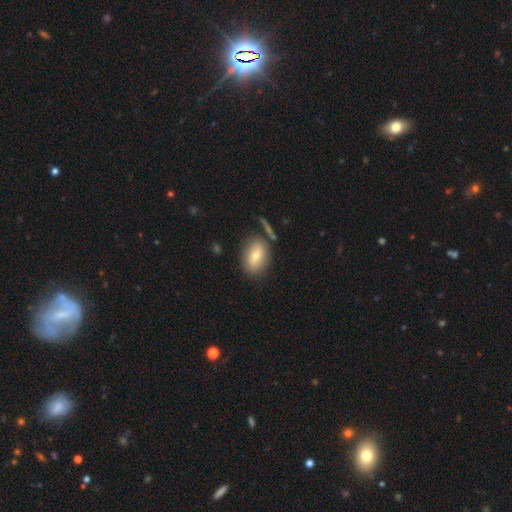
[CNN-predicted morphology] smooth 72%, featured or disk 20%, star or artifact 8%. Down the decision tree: how rounded — in between (80%); merging — none (73%).